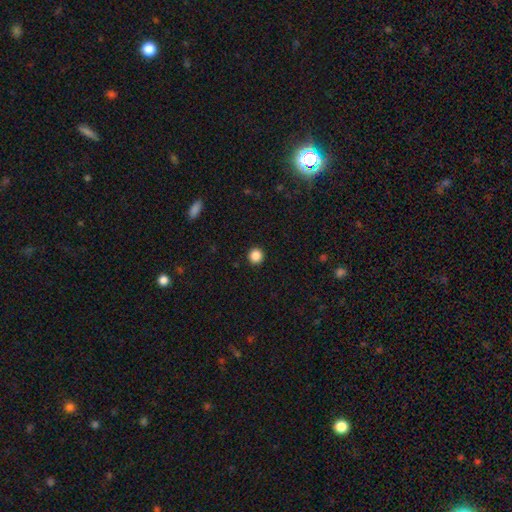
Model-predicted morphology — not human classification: smooth 87%, star or artifact 10%, featured or disk 2%. Down the decision tree: how rounded — round (95%); merging — none (93%).